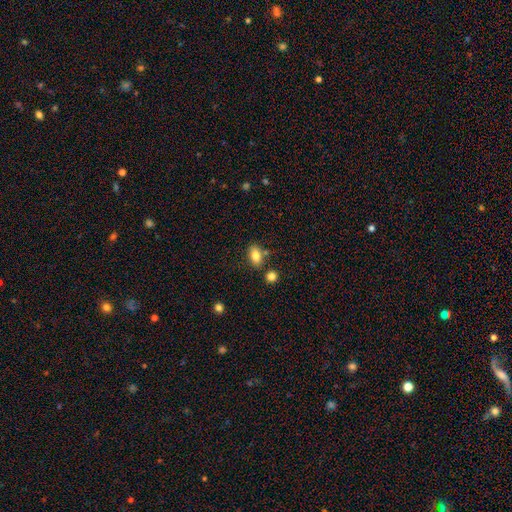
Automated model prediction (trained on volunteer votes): Overall: smooth (83%). How rounded: in between (86%). Merging: none (73%).